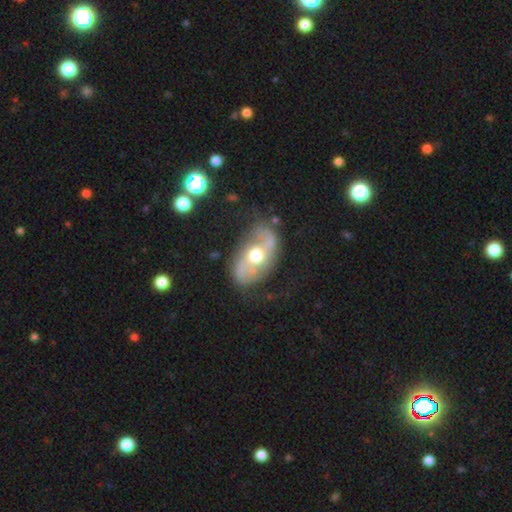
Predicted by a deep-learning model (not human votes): smooth_or_featured: featured or disk (p=0.79) [alt: smooth p=0.15]
disk_edge_on: no (p=0.95) [alt: yes p=0.05]
bar: no (p=0.51) [alt: weak p=0.31]
has_spiral_arms: yes (p=0.86) [alt: no p=0.14]
spiral_winding: loose (p=0.57) [alt: medium p=0.31]
spiral_arm_count: 2 (p=0.90) [alt: can't tell p=0.05]
bulge_size: moderate (p=0.76) [alt: large p=0.12]
merging: none (p=0.70) [alt: minor disturbance p=0.19]